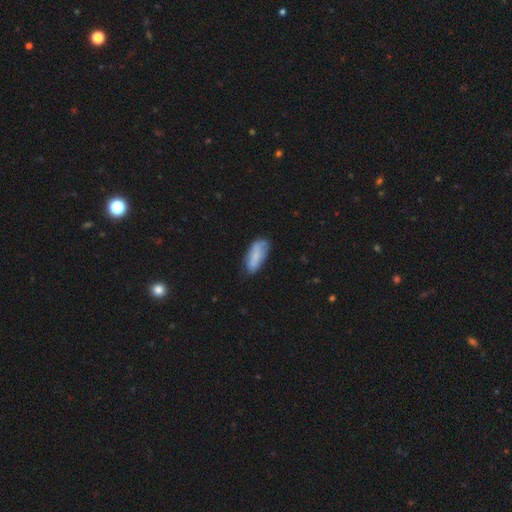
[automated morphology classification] This is likely a smooth galaxy (77%). How rounded: likely in between (75%). Merging: possibly none (58%).